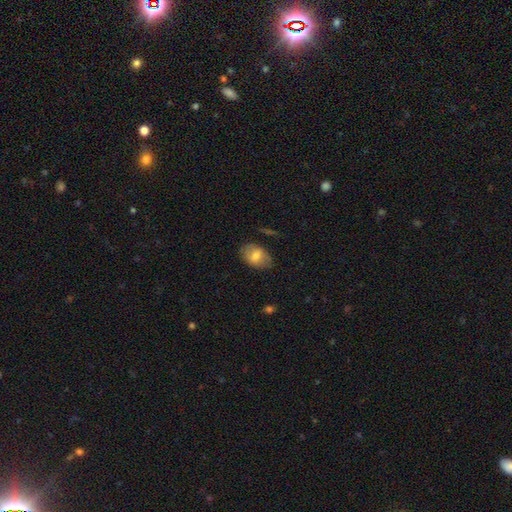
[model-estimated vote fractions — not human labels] A smooth galaxy with no disk features (69%) that is in between round and cigar-shaped (82%).

Vote fractions:
- Smooth or featured? smooth: 69% / featured or disk: 24% / star or artifact: 7%
- How rounded? in between: 82% / round: 17% / cigar-shaped: 1%
- Merging? none: 77% / minor disturbance: 17% / major disturbance: 4% / merger: 2%